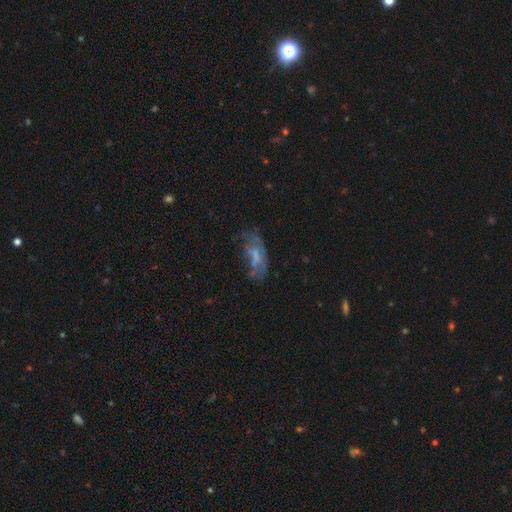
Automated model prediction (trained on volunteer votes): smooth_or_featured: featured or disk (p=0.46) [alt: smooth p=0.42]
merging: none (p=0.38) [alt: major disturbance p=0.31]